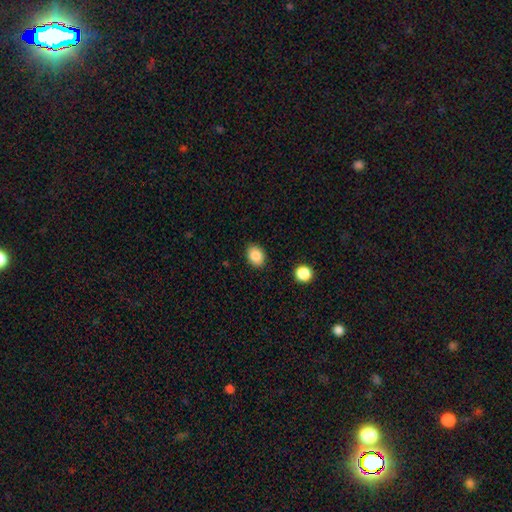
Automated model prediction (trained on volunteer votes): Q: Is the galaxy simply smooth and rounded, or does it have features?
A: smooth — 87%.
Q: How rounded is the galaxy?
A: in between — 68%.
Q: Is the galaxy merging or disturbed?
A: none — 87%.